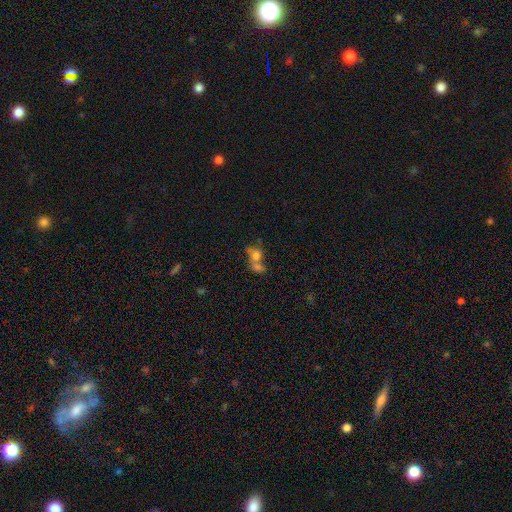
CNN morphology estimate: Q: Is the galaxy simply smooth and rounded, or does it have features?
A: smooth — 62%.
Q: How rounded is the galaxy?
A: round — 57%.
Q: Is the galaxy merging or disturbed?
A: merger — 57%.